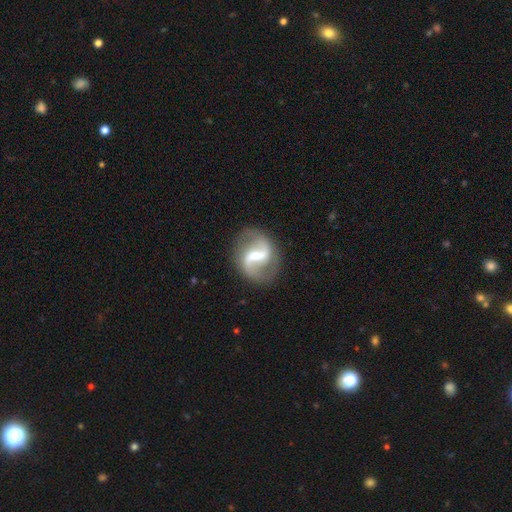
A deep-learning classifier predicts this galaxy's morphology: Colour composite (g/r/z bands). It shows a featured or disk galaxy (86%) with a weak bar (45%), 2 (91%) loose (57%) spiral arms (94%) and a moderate central bulge (47%). Merging: none (82%).